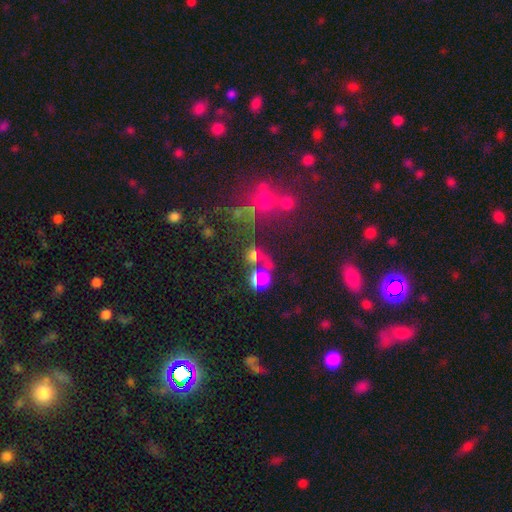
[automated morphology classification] Overall: smooth (42%; star or artifact 39%). Merging: none (38%; merger 35%).